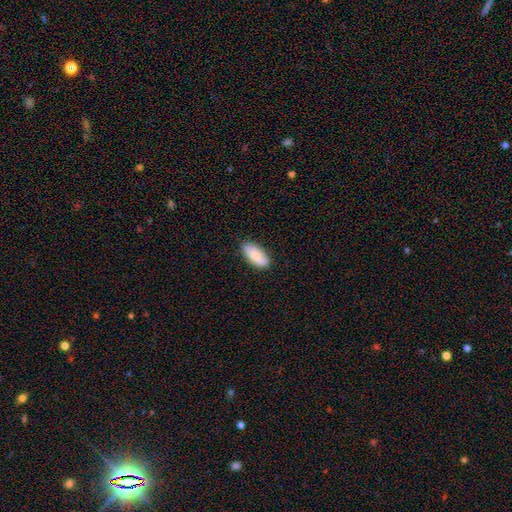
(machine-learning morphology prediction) This appears to be a smooth galaxy with no disk features (86%) that is in between round and cigar-shaped (85%). Merging: none (83%).